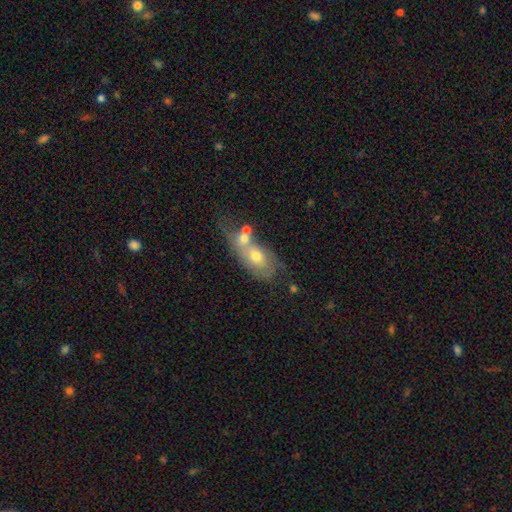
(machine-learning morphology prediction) Smooth or featured? smooth (55%)
How rounded? in between (77%)
Merging? merger (55%)